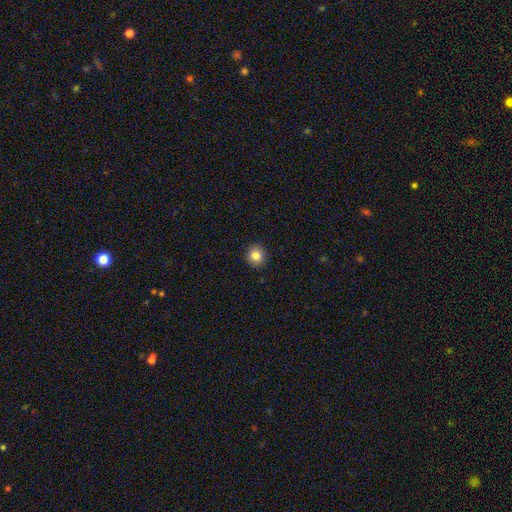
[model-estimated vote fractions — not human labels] smooth 84%, star or artifact 10%, featured or disk 6%. Down the decision tree: how rounded — round (90%); merging — none (92%).